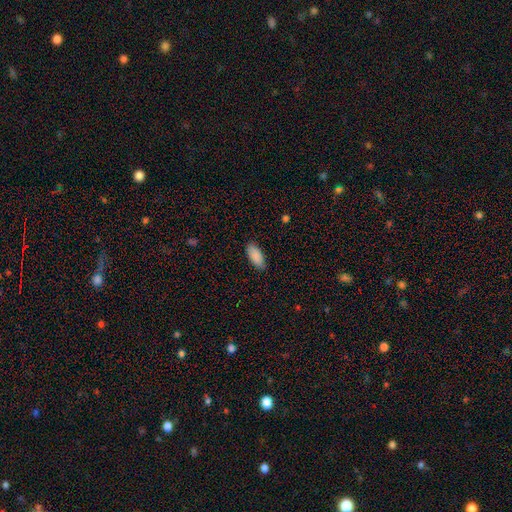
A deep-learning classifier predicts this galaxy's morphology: smooth 90%, star or artifact 6%, featured or disk 4%. Down the decision tree: how rounded — in between (87%); merging — none (86%).